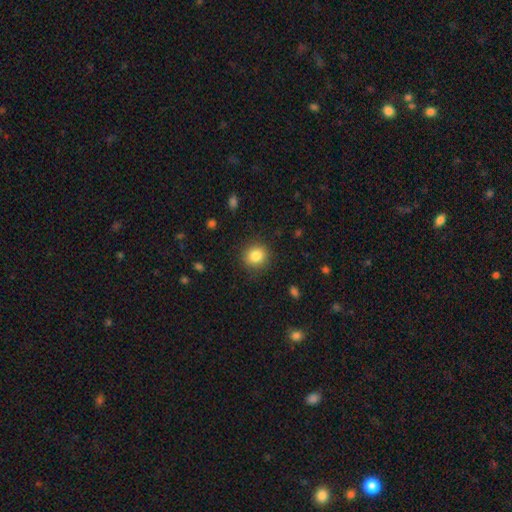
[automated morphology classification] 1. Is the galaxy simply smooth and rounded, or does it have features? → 84% smooth, 10% star or artifact, 6% featured or disk.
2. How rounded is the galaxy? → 85% round, 14% in between, 1% cigar-shaped.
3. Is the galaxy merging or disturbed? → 88% none, 8% minor disturbance, 3% major disturbance, 1% merger.